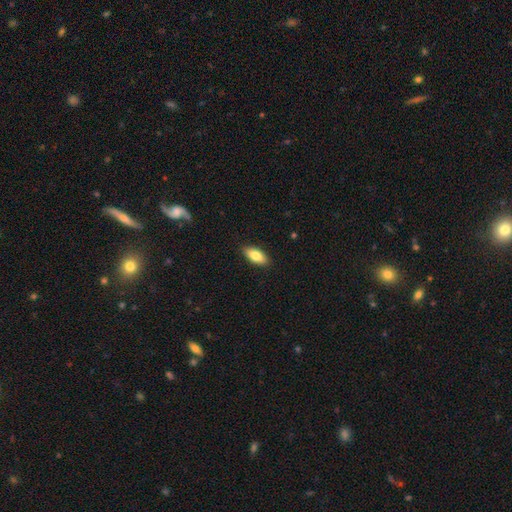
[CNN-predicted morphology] smooth_or_featured: smooth (p=0.82) [alt: featured or disk p=0.12]
how_rounded: in between (p=0.87) [alt: cigar-shaped p=0.11]
merging: none (p=0.89) [alt: minor disturbance p=0.08]